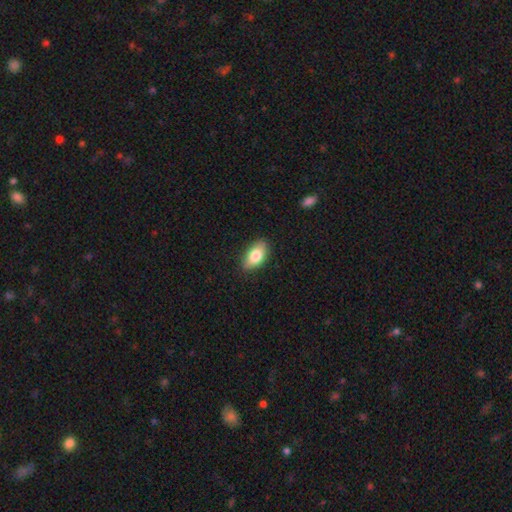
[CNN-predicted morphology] Smooth or featured? smooth (79%)
How rounded? in between (90%)
Merging? none (84%)